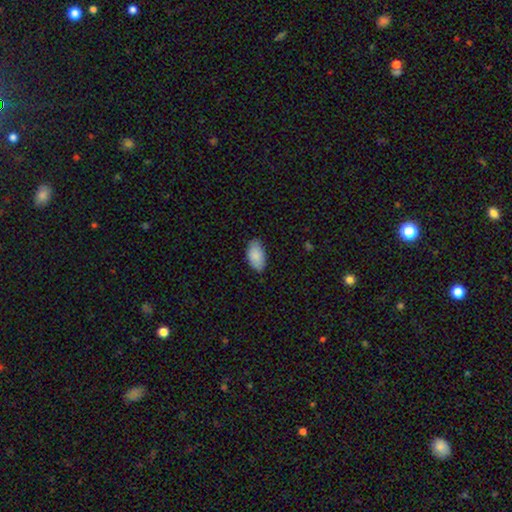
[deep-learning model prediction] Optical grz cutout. It shows a smooth galaxy with no disk features (87%) that is in between round and cigar-shaped (95%). Merging: none (78%).